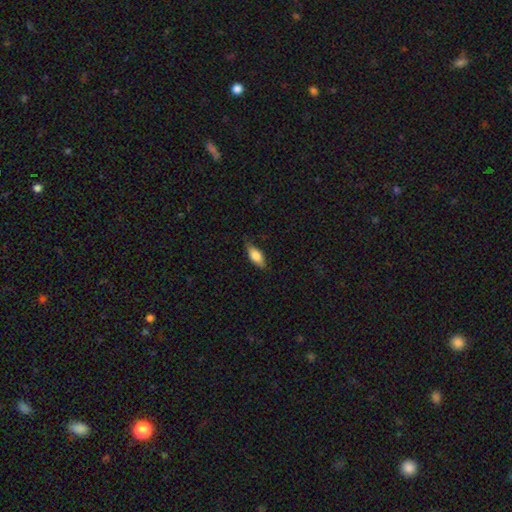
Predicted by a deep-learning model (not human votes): Smooth or featured? Predicted: smooth (p=0.77). How rounded? Predicted: in between (p=0.80). Merging? Predicted: none (p=0.74).